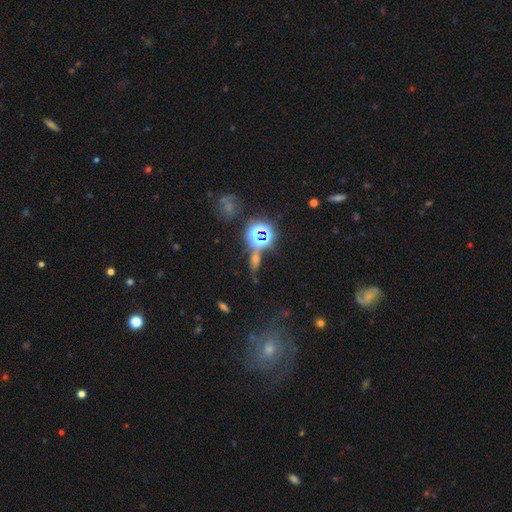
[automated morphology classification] smooth-or-featured: star or artifact: 59% | smooth: 27% | featured or disk: 14%